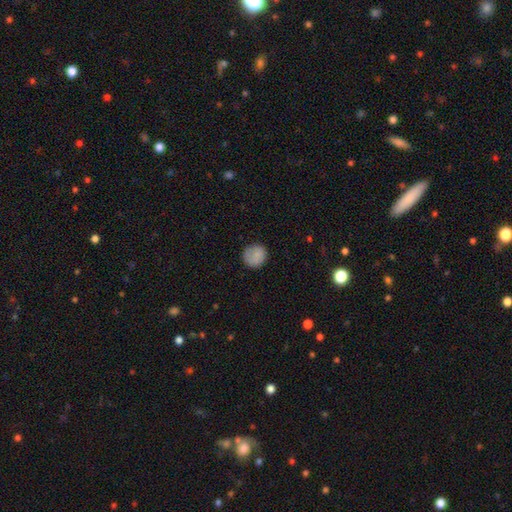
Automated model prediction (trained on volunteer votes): Overall: smooth (83%). How rounded: round (90%). Merging: none (80%).